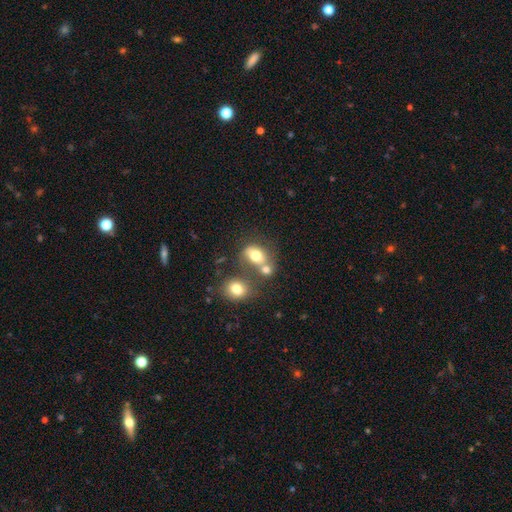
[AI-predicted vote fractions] Smooth or featured? smooth (73%)
How rounded? in between (58%)
Merging? merger (42%)